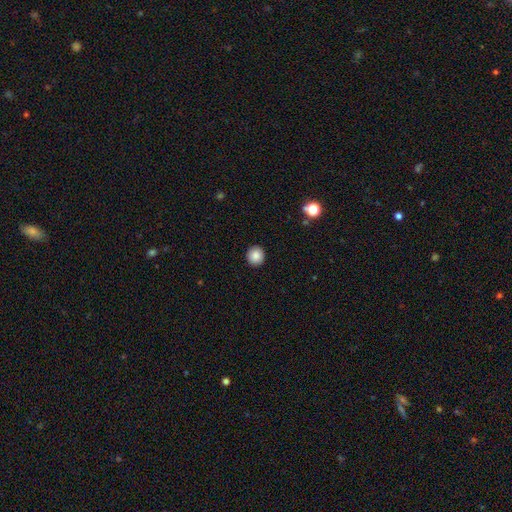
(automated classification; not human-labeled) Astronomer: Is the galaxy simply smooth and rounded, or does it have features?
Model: smooth — 87%.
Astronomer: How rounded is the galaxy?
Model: round — 92%.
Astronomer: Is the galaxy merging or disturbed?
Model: none — 93%.